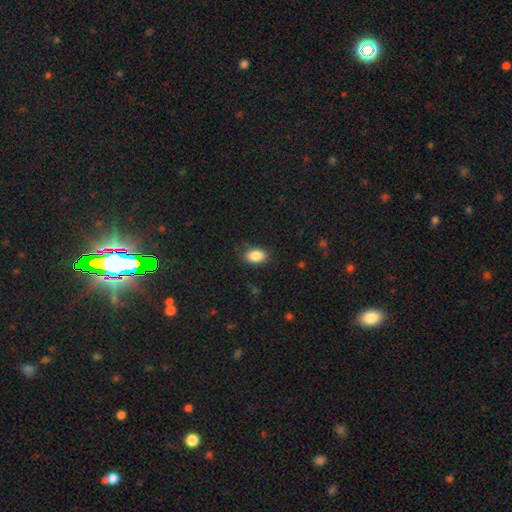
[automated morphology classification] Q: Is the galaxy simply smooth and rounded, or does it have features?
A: smooth — 87%.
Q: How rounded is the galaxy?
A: in between — 87%.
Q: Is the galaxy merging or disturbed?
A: none — 81%.